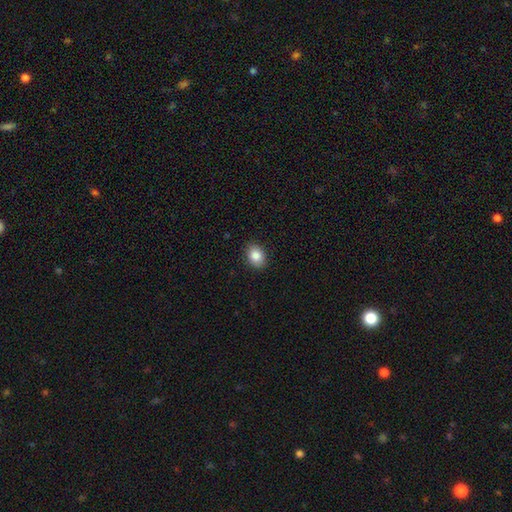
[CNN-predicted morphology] This appears to be a smooth galaxy with no disk features (86%) that is in between round and cigar-shaped (68%). Merging: none (89%).